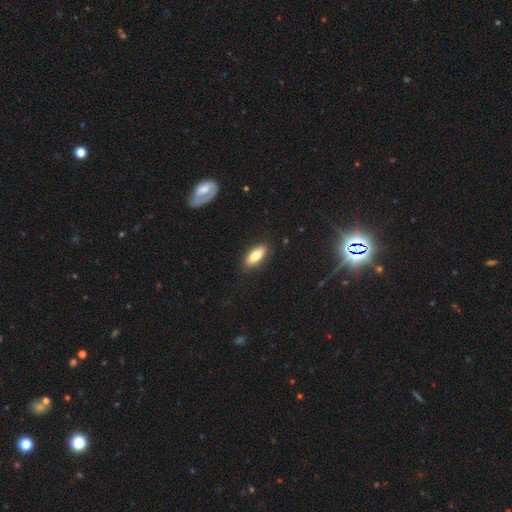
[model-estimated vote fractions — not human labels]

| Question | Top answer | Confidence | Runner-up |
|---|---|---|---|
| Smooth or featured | smooth | 76% | featured or disk (17%) |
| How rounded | in between | 79% | cigar-shaped (18%) |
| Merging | none | 87% | minor disturbance (9%) |